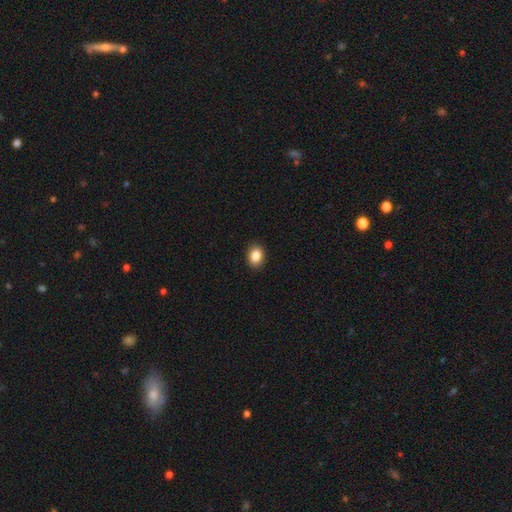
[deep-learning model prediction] Overall: smooth (87%). How rounded: in between (71%). Merging: none (91%).